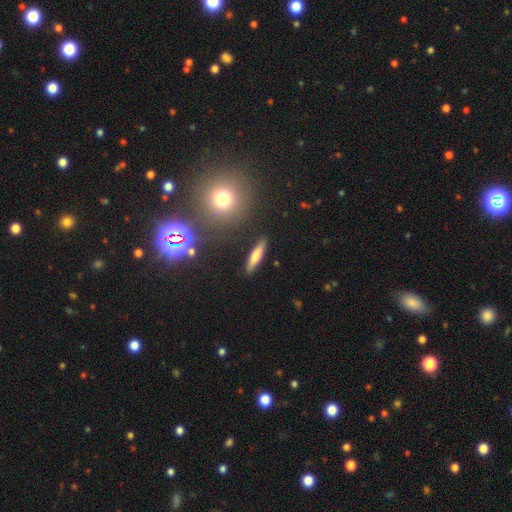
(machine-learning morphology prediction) Smooth or featured?
  - smooth: 67% *
  - featured or disk: 25%
  - star or artifact: 8%
How rounded?
  - cigar-shaped: 83% *
  - in between: 15%
  - round: 2%
Merging?
  - none: 89% *
  - minor disturbance: 7%
  - major disturbance: 2%
  - merger: 2%